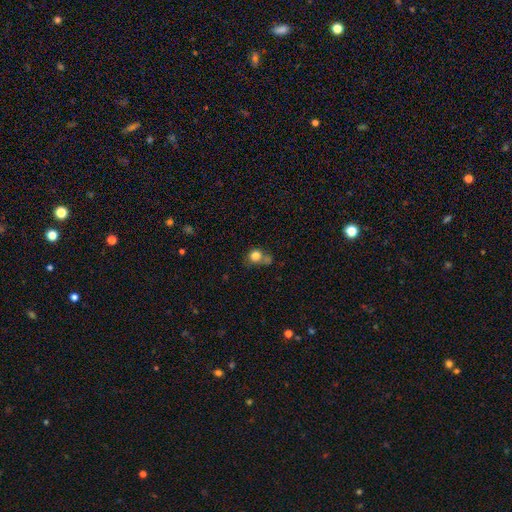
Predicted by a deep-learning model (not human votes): Smooth or featured: smooth — 80% (star or artifact — 11%)
How rounded: round — 78% (in between — 21%)
Merging: none — 46% (merger — 26%)